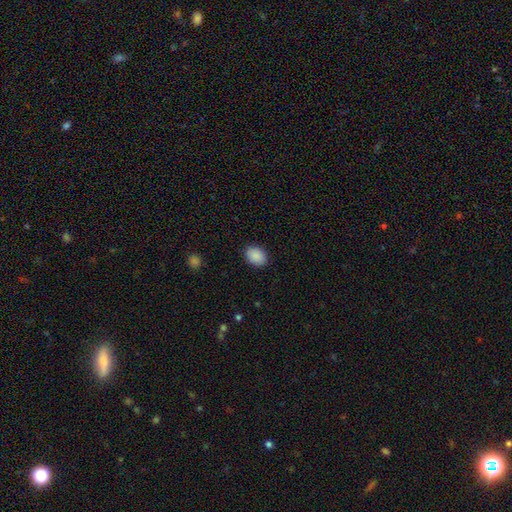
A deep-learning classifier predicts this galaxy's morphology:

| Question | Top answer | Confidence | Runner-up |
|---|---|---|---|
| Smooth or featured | smooth | 90% | star or artifact (8%) |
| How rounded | in between | 63% | round (36%) |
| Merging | none | 89% | minor disturbance (8%) |